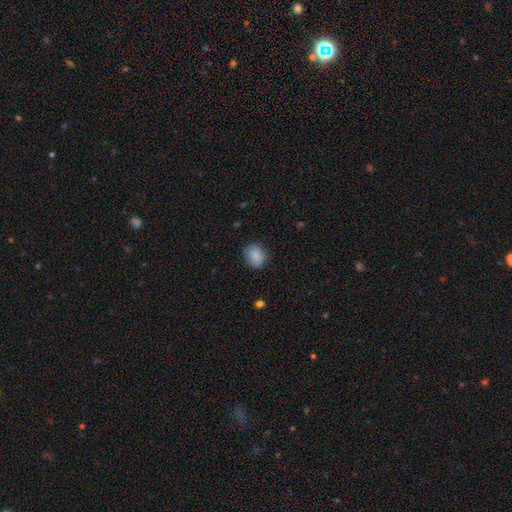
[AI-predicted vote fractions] This appears to be a smooth galaxy with no disk features (87%) that is round (58%). Merging: none (80%).